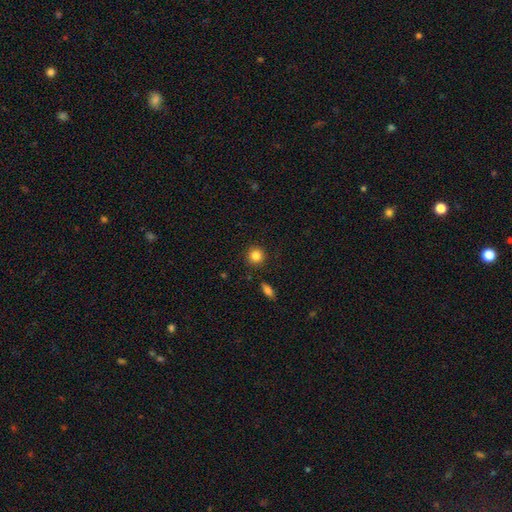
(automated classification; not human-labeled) smooth_or_featured: smooth (p=0.84) [alt: star or artifact p=0.10]
how_rounded: round (p=0.92) [alt: in between p=0.07]
merging: none (p=0.89) [alt: minor disturbance p=0.07]